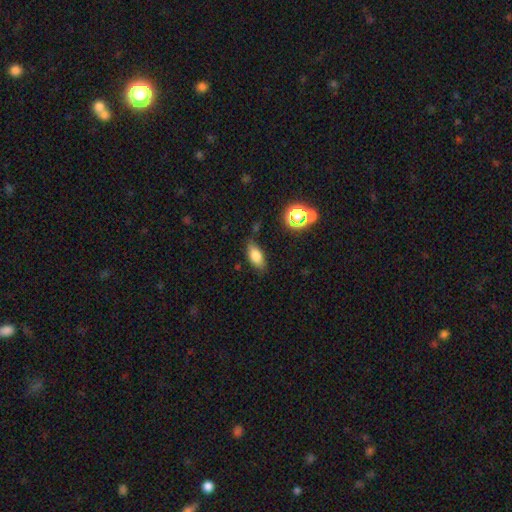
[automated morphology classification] A smooth galaxy with no disk features (78%) that is in between round and cigar-shaped (85%). Merging: none (78%).